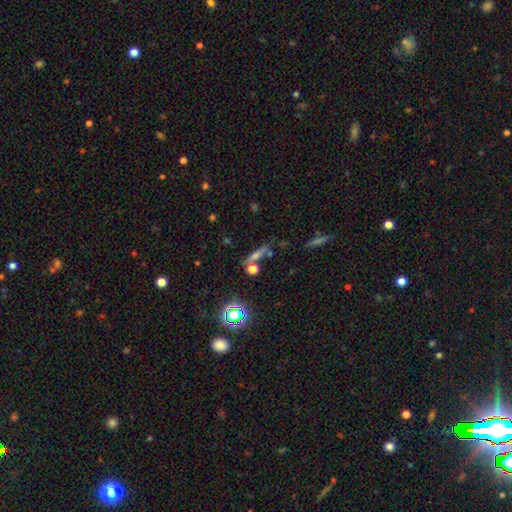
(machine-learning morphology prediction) Q: Smooth or featured?
A: smooth (44%); runner-up: featured or disk (28%)
Q: Merging?
A: none (64%); runner-up: merger (16%)